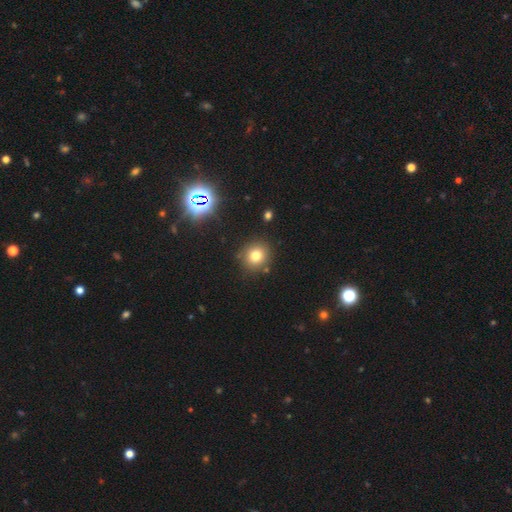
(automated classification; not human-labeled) Smooth or featured: smooth — 76% (star or artifact — 16%)
How rounded: round — 86% (in between — 13%)
Merging: none — 85% (minor disturbance — 9%)